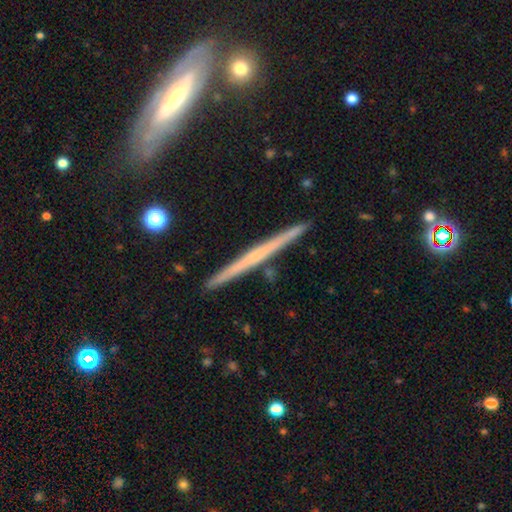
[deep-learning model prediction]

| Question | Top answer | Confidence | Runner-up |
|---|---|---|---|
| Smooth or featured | featured or disk | 63% | smooth (31%) |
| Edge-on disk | yes | 98% | no (2%) |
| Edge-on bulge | none | 76% | rounded (18%) |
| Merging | none | 90% | minor disturbance (7%) |